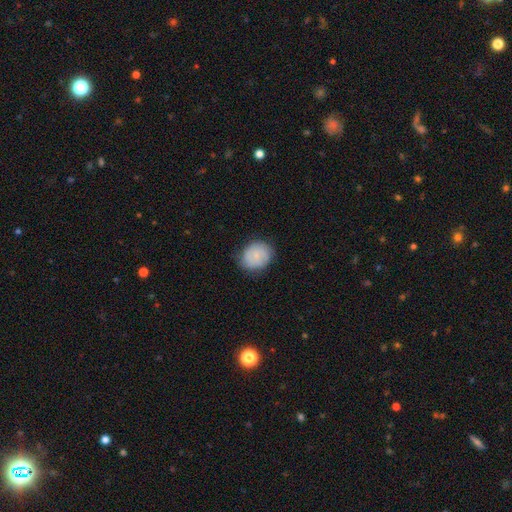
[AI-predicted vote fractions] This is likely a smooth galaxy (67%). How rounded: likely round (69%). Merging: likely none (73%).